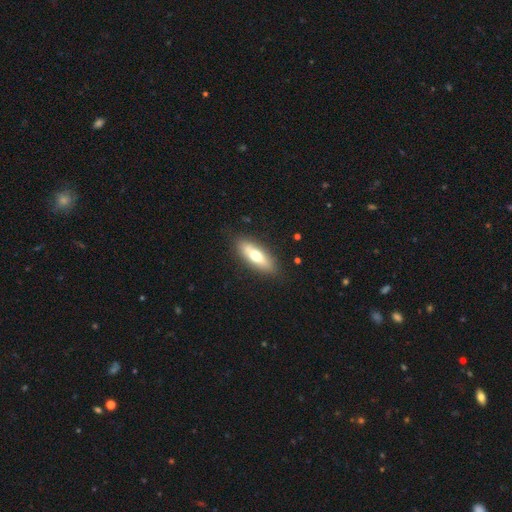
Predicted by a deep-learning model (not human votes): smooth_or_featured: smooth (p=0.62) [alt: featured or disk p=0.32]
how_rounded: in between (p=0.59) [alt: cigar-shaped p=0.39]
merging: none (p=0.85) [alt: minor disturbance p=0.11]